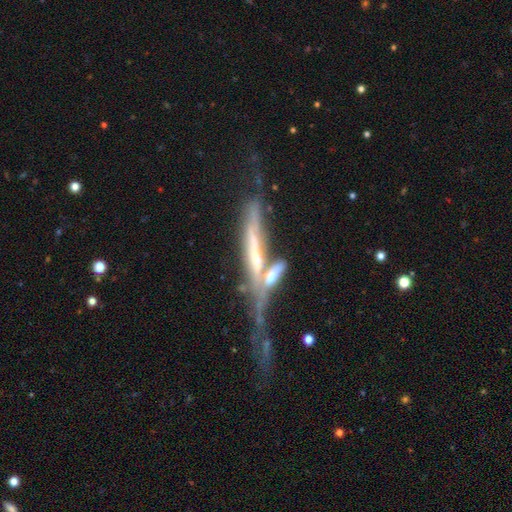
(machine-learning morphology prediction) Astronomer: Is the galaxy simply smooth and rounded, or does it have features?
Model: featured or disk — 70%.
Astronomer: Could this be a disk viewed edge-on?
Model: yes — 81%.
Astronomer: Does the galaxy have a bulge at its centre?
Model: none — 53%.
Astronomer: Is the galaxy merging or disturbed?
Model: merger — 45% (runner-up: none, 23%).